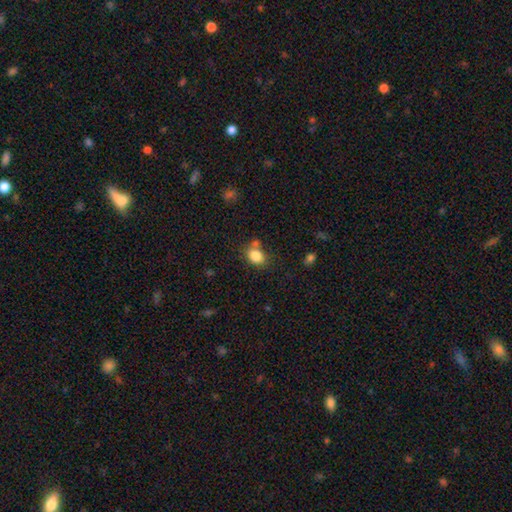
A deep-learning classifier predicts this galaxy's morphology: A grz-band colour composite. It shows a smooth galaxy with no disk features (85%) that is in between round and cigar-shaped (64%). Merging: none (63%).